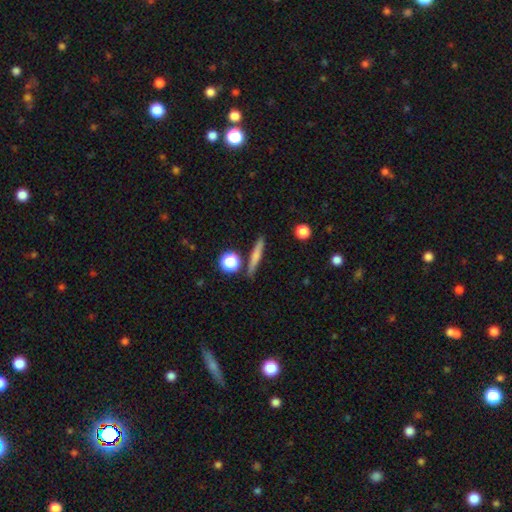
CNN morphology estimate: Smooth or featured? smooth (62%)
How rounded? cigar-shaped (86%)
Merging? none (84%)